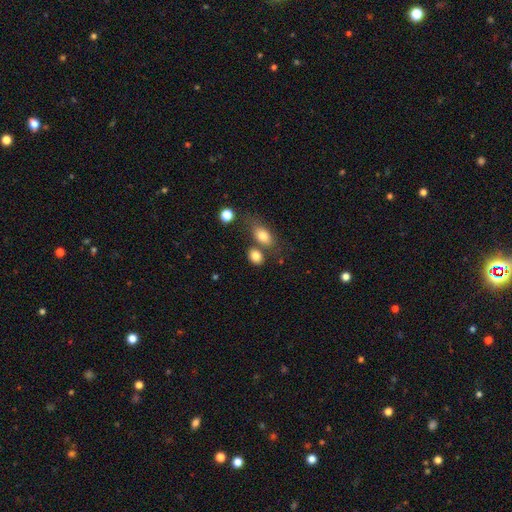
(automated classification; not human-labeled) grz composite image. It shows a smooth galaxy with no disk features (82%) that is in between round and cigar-shaped (69%). Merging: none (59%).